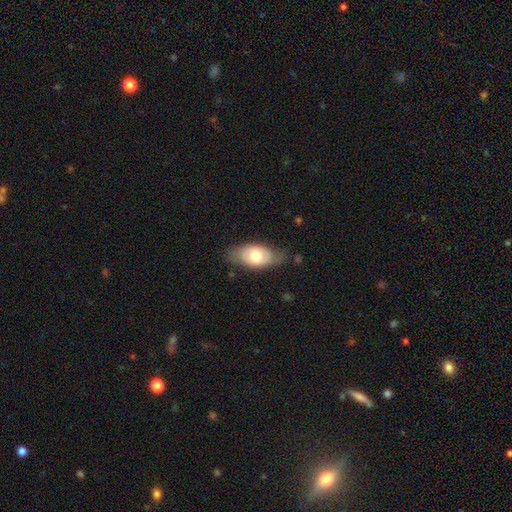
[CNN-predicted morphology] smooth_or_featured: smooth (p=0.61) [alt: featured or disk p=0.33]
how_rounded: in between (p=0.90) [alt: round p=0.06]
merging: none (p=0.65) [alt: minor disturbance p=0.26]